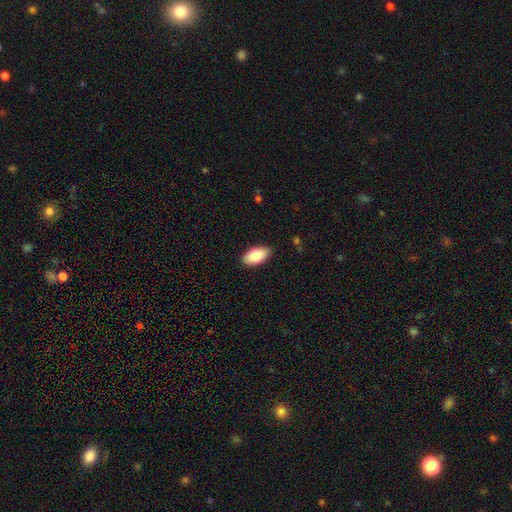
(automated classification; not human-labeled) smooth-or-featured: smooth: 84% | featured or disk: 10% | star or artifact: 6%
  how-rounded: in between: 94% | cigar-shaped: 4% | round: 3%
  merging: none: 88% | minor disturbance: 9% | major disturbance: 2% | merger: 1%